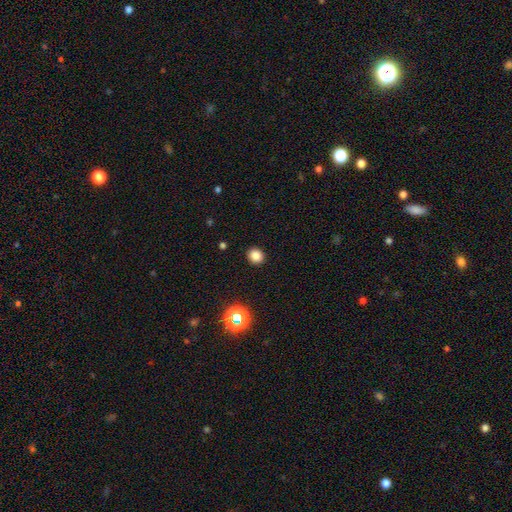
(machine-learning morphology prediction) A smooth galaxy with no disk features (84%) that is round (79%).

Vote fractions:
- Smooth or featured? smooth: 84% / star or artifact: 13% / featured or disk: 4%
- How rounded? round: 79% / in between: 21% / cigar-shaped: 1%
- Merging? none: 91% / minor disturbance: 6% / major disturbance: 2% / merger: 1%